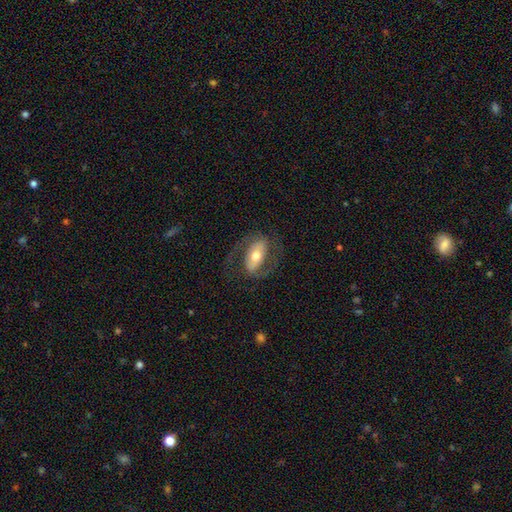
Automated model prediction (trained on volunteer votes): smooth_or_featured: featured or disk (p=0.70) [alt: smooth p=0.24]
disk_edge_on: no (p=0.92) [alt: yes p=0.08]
bar: strong (p=0.50) [alt: weak p=0.28]
has_spiral_arms: yes (p=0.80) [alt: no p=0.20]
spiral_winding: medium (p=0.51) [alt: loose p=0.27]
spiral_arm_count: 2 (p=0.86) [alt: can't tell p=0.07]
bulge_size: moderate (p=0.66) [alt: small p=0.20]
merging: none (p=0.69) [alt: minor disturbance p=0.15]